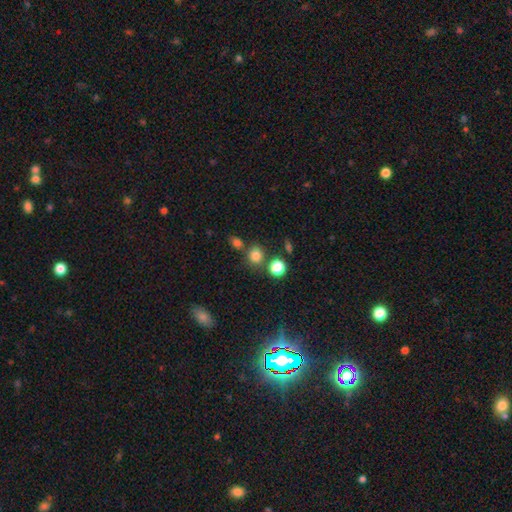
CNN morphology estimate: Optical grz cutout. It shows a smooth galaxy with no disk features (79%) that is round (77%). Merging: none (72%).